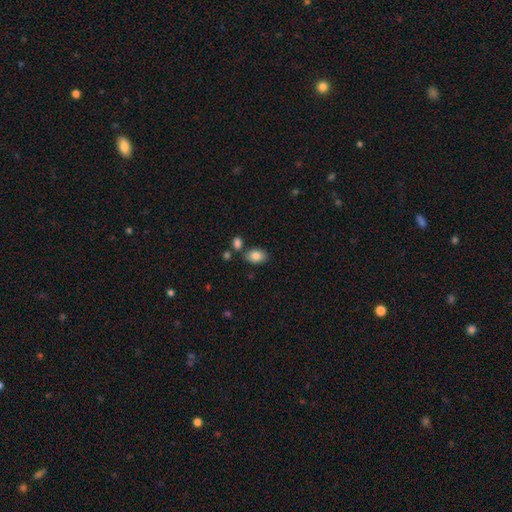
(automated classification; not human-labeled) smooth-or-featured: smooth: 85% | star or artifact: 8% | featured or disk: 7%
  how-rounded: in between: 83% | round: 16% | cigar-shaped: 1%
  merging: none: 74% | minor disturbance: 13% | merger: 11% | major disturbance: 3%